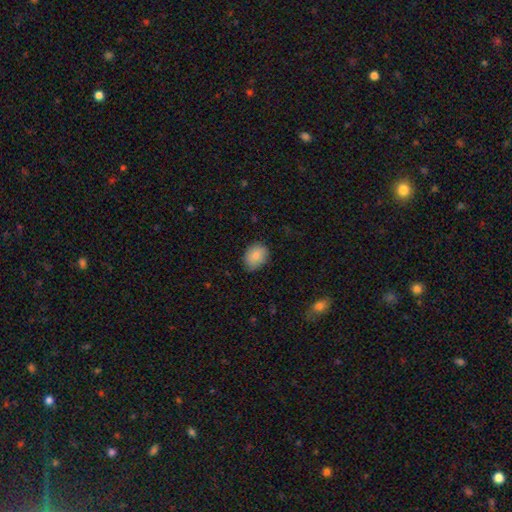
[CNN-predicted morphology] smooth_or_featured: smooth (p=0.87) [alt: star or artifact p=0.07]
how_rounded: in between (p=0.66) [alt: round p=0.33]
merging: none (p=0.79) [alt: minor disturbance p=0.17]